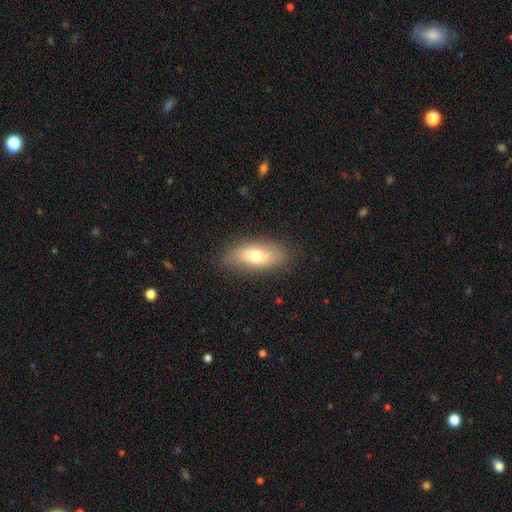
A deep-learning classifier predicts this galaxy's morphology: Q: Smooth or featured?
A: smooth (68%); runner-up: featured or disk (25%)
Q: How rounded?
A: in between (84%); runner-up: cigar-shaped (12%)
Q: Merging?
A: none (85%); runner-up: minor disturbance (11%)